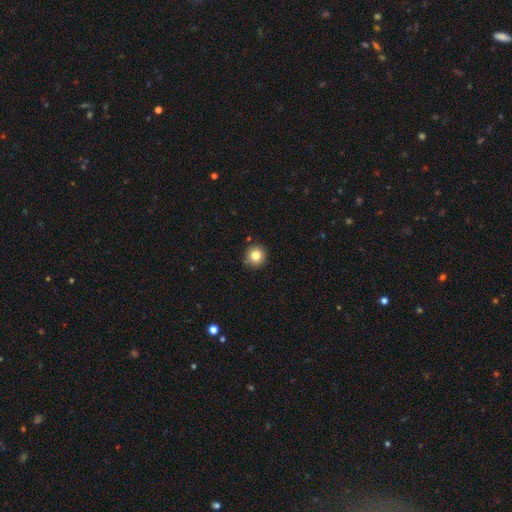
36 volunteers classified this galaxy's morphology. A smooth galaxy with no disk features (89%) that is round (100%).

Vote fractions:
- Smooth or featured? smooth: 89% / featured or disk: 6% / star or artifact: 6%
- How rounded? round: 100% / in between: 0% / cigar-shaped: 0%
- Merging? none: 82% / minor disturbance: 9% / merger: 6% / major disturbance: 3%